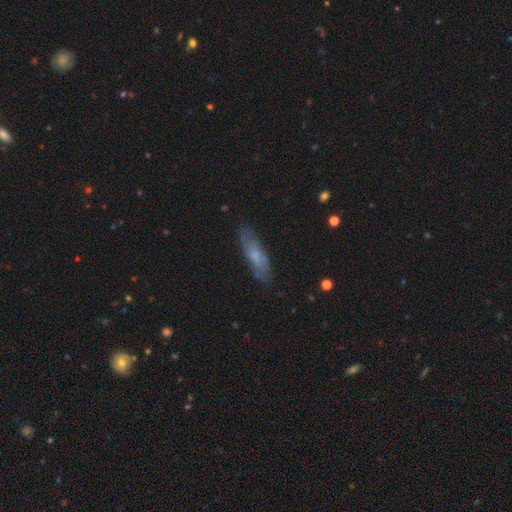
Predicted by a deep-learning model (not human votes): A smooth galaxy with no disk features (60%) that is cigar-shaped (61%). Merging: none (79%).